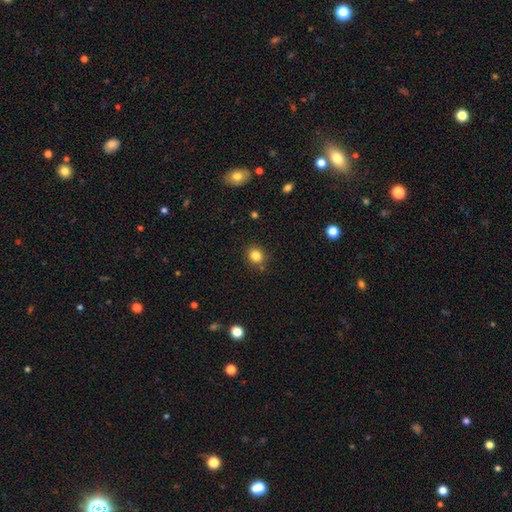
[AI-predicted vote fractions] smooth_or_featured: smooth (p=0.82) [alt: star or artifact p=0.12]
how_rounded: round (p=0.81) [alt: in between p=0.18]
merging: none (p=0.85) [alt: minor disturbance p=0.09]